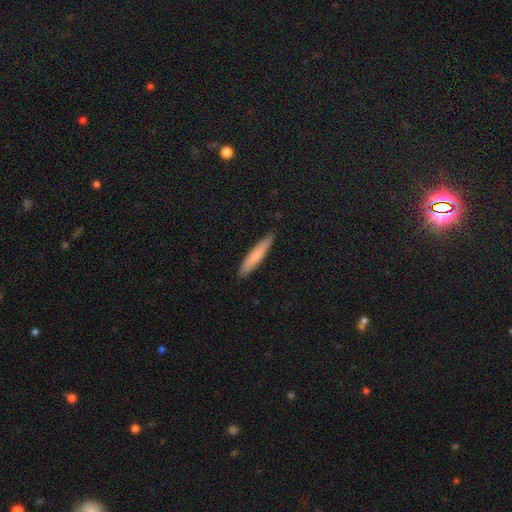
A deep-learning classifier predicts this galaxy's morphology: This is likely a smooth galaxy (74%). How rounded: clearly cigar-shaped (91%). Merging: clearly none (89%).